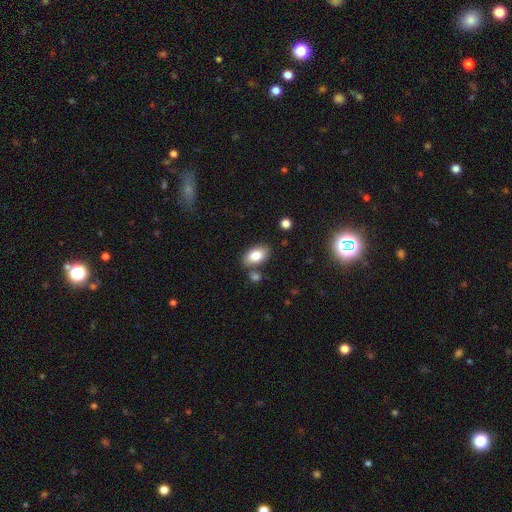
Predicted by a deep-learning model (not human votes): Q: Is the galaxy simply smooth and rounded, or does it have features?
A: smooth — 82%.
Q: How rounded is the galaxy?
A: in between — 92%.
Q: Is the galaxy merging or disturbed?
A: none — 74%.